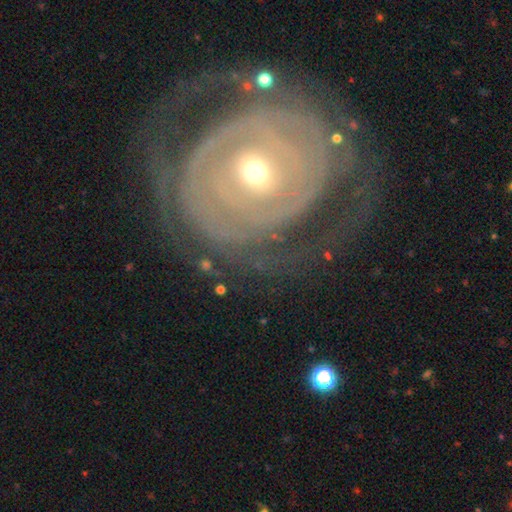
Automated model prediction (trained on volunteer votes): Overall: featured or disk (85%). Edge-on disk: no (96%). Bar: no (54%; weak 29%). Spiral arms: yes (84%). Spiral arm count: can't tell (39%; 2 26%). Spiral winding: tight (78%). Bulge size: small (50%; moderate 45%). Merging: none (70%).